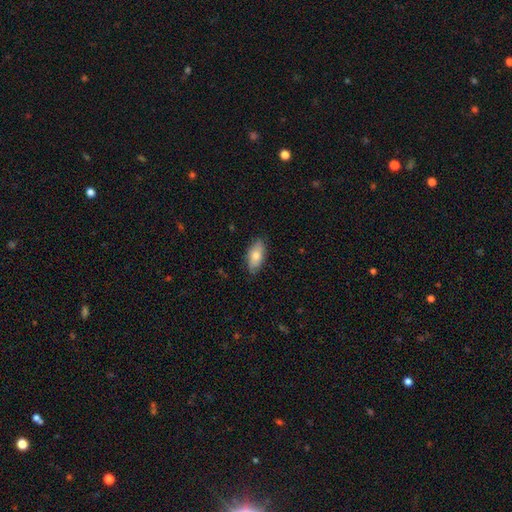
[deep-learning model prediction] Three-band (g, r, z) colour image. It shows a smooth galaxy with no disk features (76%) that is in between round and cigar-shaped (89%). Merging: none (83%).